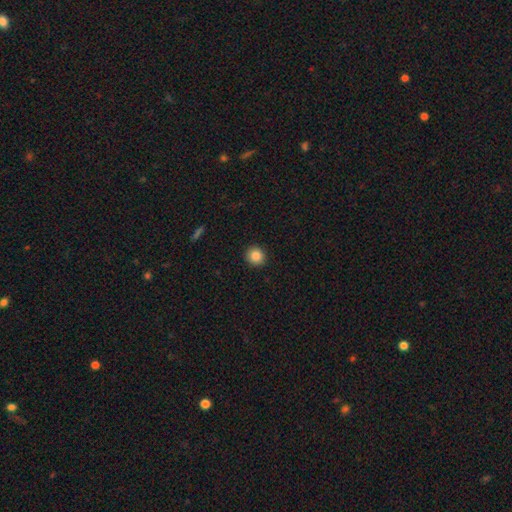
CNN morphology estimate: Overall: smooth (86%). How rounded: round (91%). Merging: none (92%).